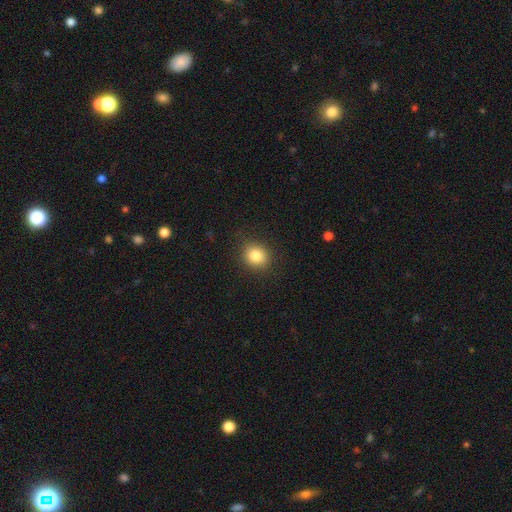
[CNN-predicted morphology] smooth 83%, star or artifact 10%, featured or disk 6%. Down the decision tree: how rounded — round (76%); merging — none (87%).